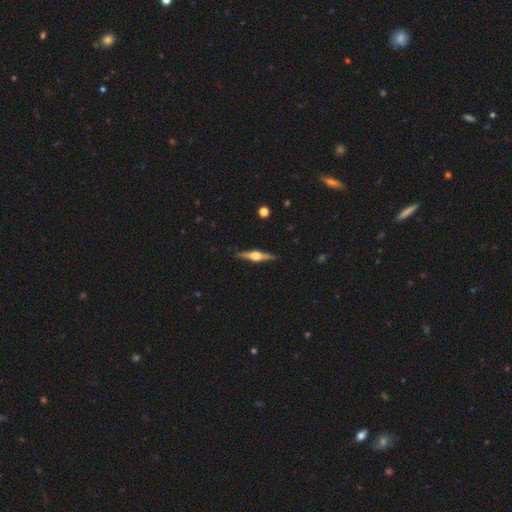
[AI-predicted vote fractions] Q: Smooth or featured?
A: featured or disk (78%); runner-up: smooth (17%)
Q: Edge-on disk?
A: yes (98%); runner-up: no (2%)
Q: Edge-on bulge?
A: rounded (93%); runner-up: boxy (5%)
Q: Merging?
A: none (89%); runner-up: minor disturbance (8%)